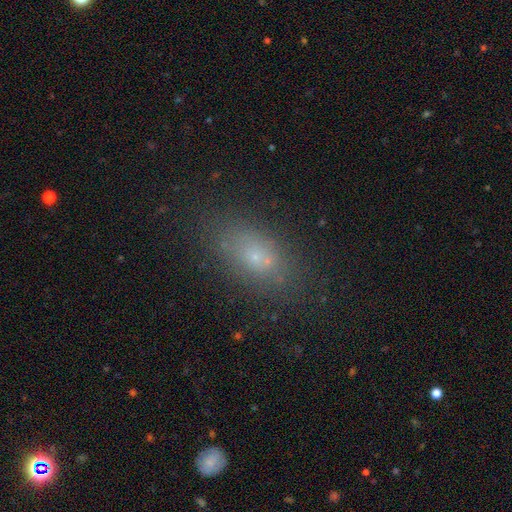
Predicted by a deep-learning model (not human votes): Smooth or featured?
  - smooth: 64% *
  - featured or disk: 18%
  - star or artifact: 17%
How rounded?
  - in between: 82% *
  - round: 10%
  - cigar-shaped: 8%
Merging?
  - none: 74% *
  - minor disturbance: 15%
  - major disturbance: 6%
  - merger: 5%